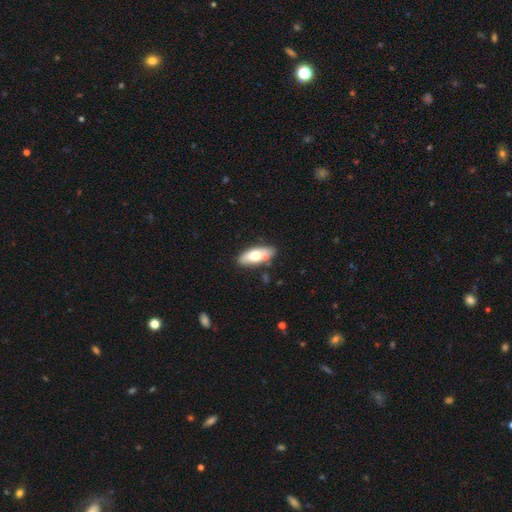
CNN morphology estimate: This appears to be a smooth galaxy with no disk features (64%) that is in between round and cigar-shaped (81%). Merging: none (75%).